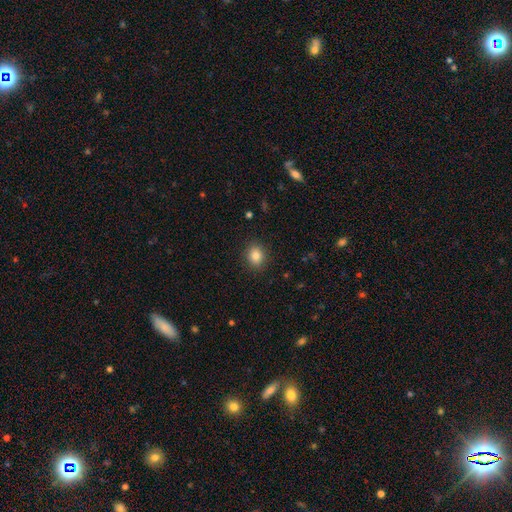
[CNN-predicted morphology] smooth-or-featured: smooth: 84% | star or artifact: 10% | featured or disk: 5%
  how-rounded: round: 62% | in between: 37% | cigar-shaped: 1%
  merging: none: 89% | minor disturbance: 8% | major disturbance: 2% | merger: 1%